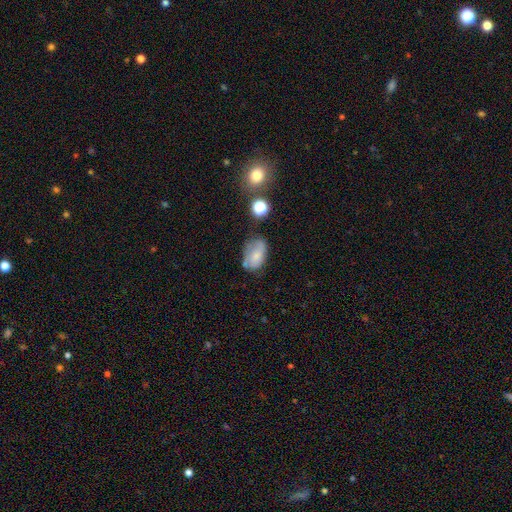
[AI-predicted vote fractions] Overall: smooth (67%). How rounded: in between (87%). Merging: none (48%; minor disturbance 32%).